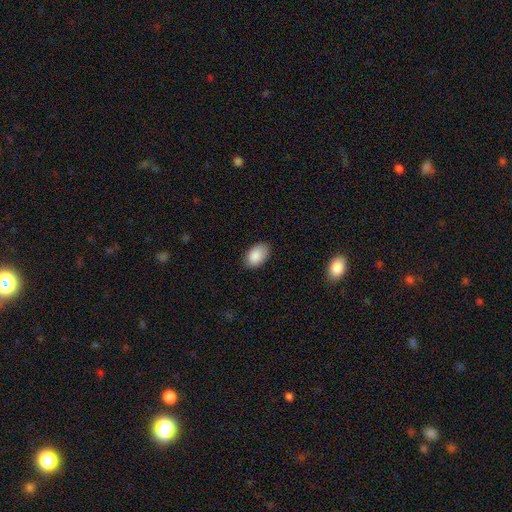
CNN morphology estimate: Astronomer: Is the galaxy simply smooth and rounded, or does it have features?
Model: smooth — 88%.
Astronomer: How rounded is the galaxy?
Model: in between — 91%.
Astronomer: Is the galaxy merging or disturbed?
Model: none — 82%.